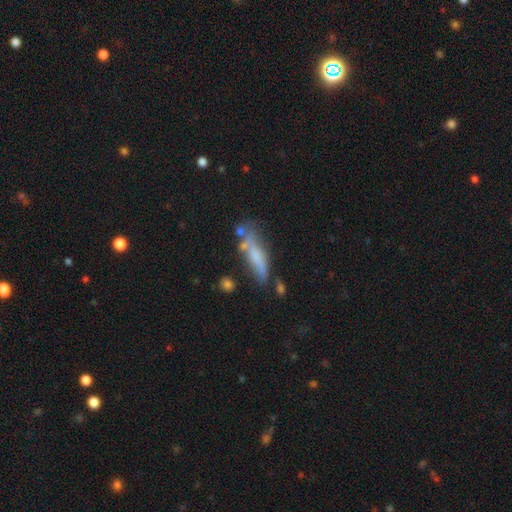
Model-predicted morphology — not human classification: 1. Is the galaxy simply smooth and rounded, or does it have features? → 54% smooth, 37% featured or disk, 10% star or artifact.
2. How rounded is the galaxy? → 64% cigar-shaped, 33% in between, 2% round.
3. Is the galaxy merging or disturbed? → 45% none, 26% minor disturbance, 15% major disturbance, 14% merger.